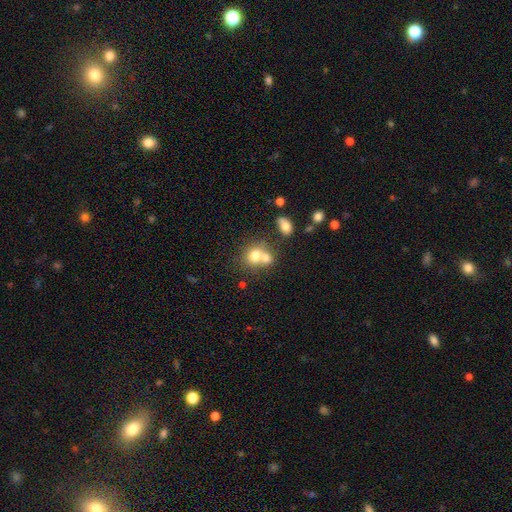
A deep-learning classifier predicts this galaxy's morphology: Smooth or featured: smooth — 72% (featured or disk — 17%)
How rounded: round — 74% (in between — 25%)
Merging: merger — 55% (none — 34%)